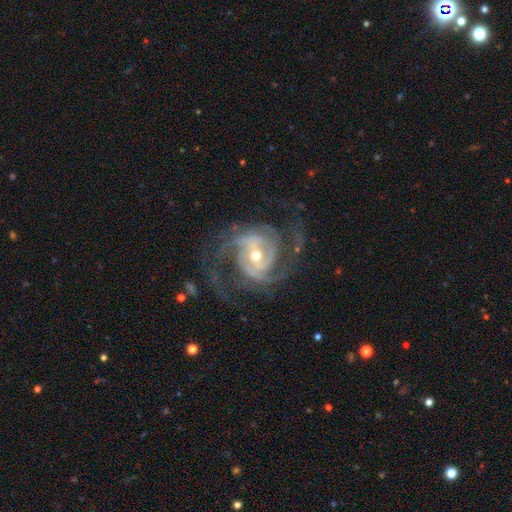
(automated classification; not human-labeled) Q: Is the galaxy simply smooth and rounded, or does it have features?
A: featured or disk — 92%.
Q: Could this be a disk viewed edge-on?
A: no — 98%.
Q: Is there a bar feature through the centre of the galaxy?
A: weak — 41%.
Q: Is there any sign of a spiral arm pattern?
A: yes — 98%.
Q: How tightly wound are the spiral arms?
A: medium — 48%.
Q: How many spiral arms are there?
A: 2 — 38%.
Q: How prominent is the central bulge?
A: moderate — 51%.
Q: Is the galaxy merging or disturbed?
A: none — 69%.